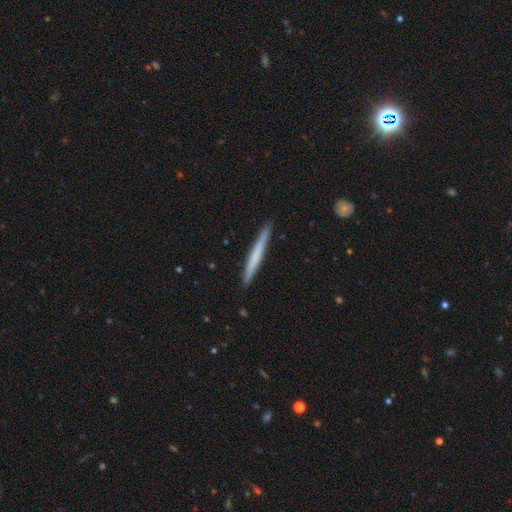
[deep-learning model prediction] smooth-or-featured: smooth: 57% | featured or disk: 38% | star or artifact: 5%
  how-rounded: cigar-shaped: 97% | in between: 2% | round: 1%
  merging: none: 91% | minor disturbance: 7% | major disturbance: 1% | merger: 1%